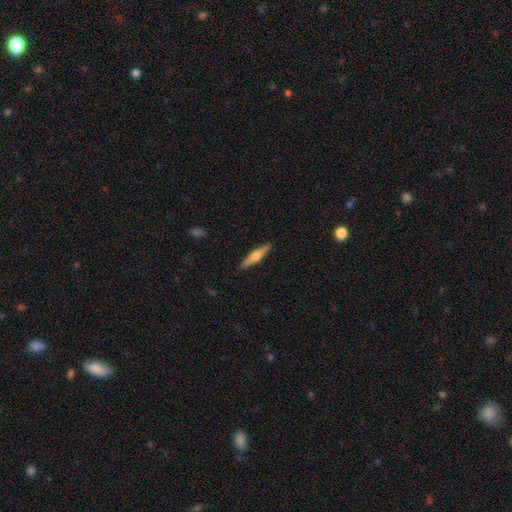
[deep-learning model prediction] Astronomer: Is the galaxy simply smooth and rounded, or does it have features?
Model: featured or disk — 61%.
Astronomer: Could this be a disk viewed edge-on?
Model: yes — 97%.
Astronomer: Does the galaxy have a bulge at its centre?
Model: rounded — 91%.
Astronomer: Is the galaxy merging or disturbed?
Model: none — 91%.